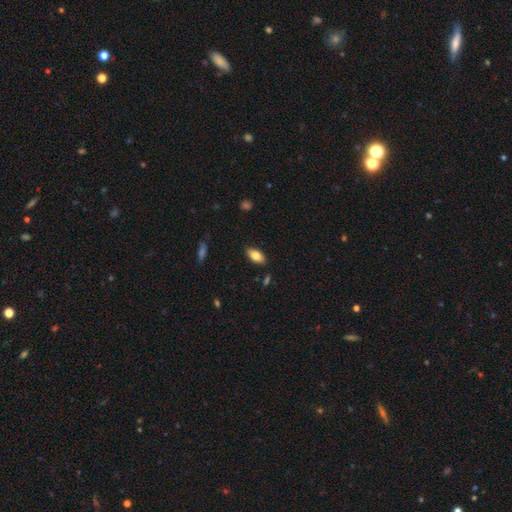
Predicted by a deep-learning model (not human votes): smooth-or-featured: smooth: 81% | featured or disk: 12% | star or artifact: 7%
  how-rounded: in between: 92% | cigar-shaped: 5% | round: 3%
  merging: none: 87% | minor disturbance: 10% | major disturbance: 2% | merger: 1%